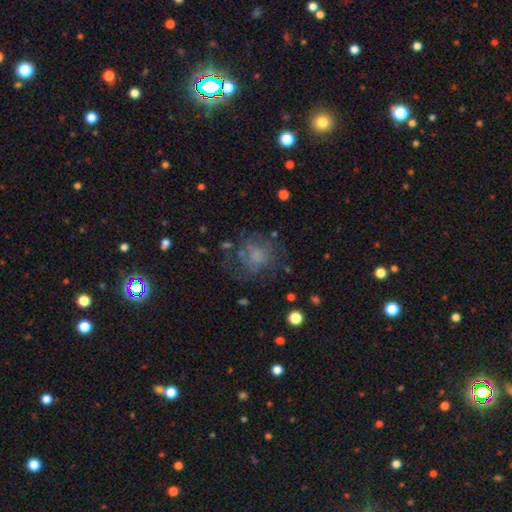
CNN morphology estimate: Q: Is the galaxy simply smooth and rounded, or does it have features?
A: smooth — 47%.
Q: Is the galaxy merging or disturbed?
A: none — 53%.